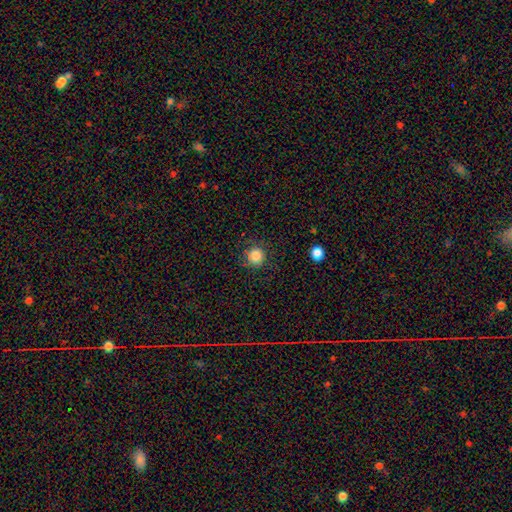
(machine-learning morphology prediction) Smooth or featured? Predicted: smooth (p=0.84). How rounded? Predicted: round (p=0.93). Merging? Predicted: none (p=0.83).